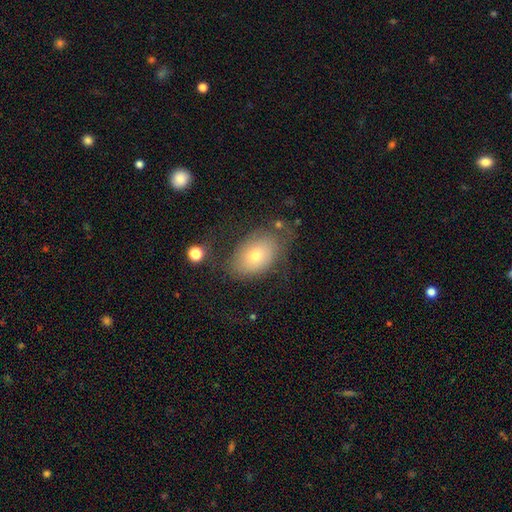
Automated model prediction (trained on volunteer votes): The model was most divided on "merging": none: 60%, minor disturbance: 23%, major disturbance: 14%, merger: 3%. More confident: how rounded — in between (83%); smooth or featured — smooth (64%).